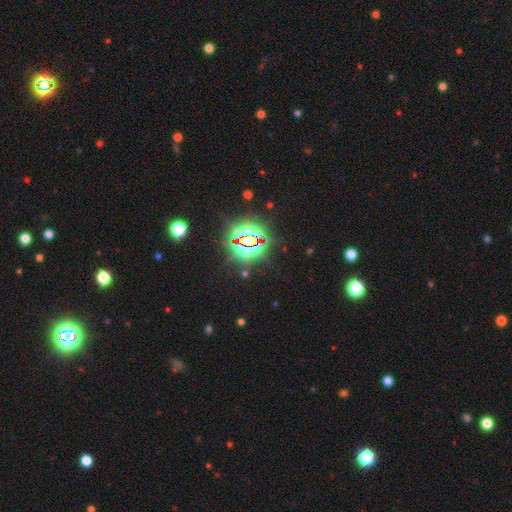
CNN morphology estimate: Overall: star or artifact (82%).